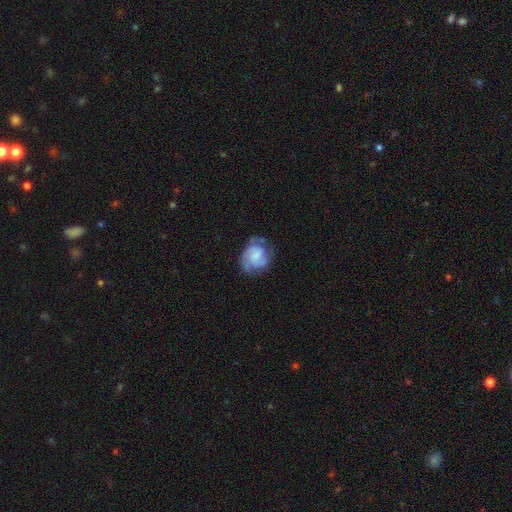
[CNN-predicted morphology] smooth-or-featured: featured or disk: 61% | smooth: 31% | star or artifact: 8%
  disk-edge-on: no: 98% | yes: 2%
    bar: no: 67% | weak: 28% | strong: 5%
    has-spiral-arms: yes: 87% | no: 13%
      spiral-winding: tight: 46% | medium: 40% | loose: 14%
      spiral-arm-count: 2: 38% | can't tell: 28% | 3: 19% | 1: 7% | 4: 4% | more than 4: 3%
    bulge-size: small: 34% | none: 31% | moderate: 22% | large: 10% | dominant: 2%
  merging: none: 58% | minor disturbance: 25% | major disturbance: 15% | merger: 2%